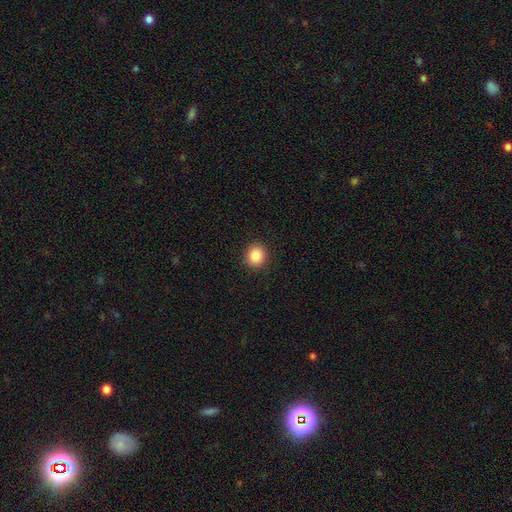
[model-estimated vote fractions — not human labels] A smooth galaxy with no disk features (87%) that is round (83%).

Vote fractions:
- Smooth or featured? smooth: 87% / star or artifact: 9% / featured or disk: 4%
- How rounded? round: 83% / in between: 16% / cigar-shaped: 1%
- Merging? none: 92% / minor disturbance: 5% / major disturbance: 2% / merger: 1%